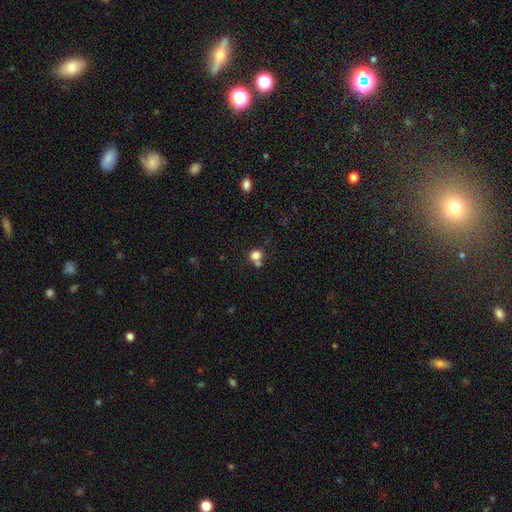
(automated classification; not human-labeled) This is likely a smooth galaxy (80%). How rounded: clearly round (84%). Merging: possibly none (52%).